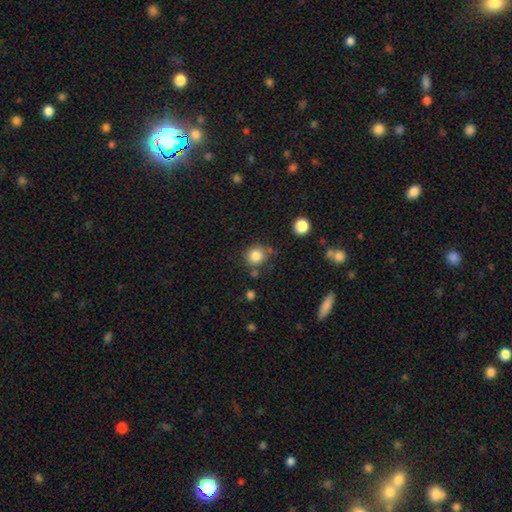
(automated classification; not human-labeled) Q: Smooth or featured?
A: smooth (83%); runner-up: star or artifact (11%)
Q: How rounded?
A: round (88%); runner-up: in between (11%)
Q: Merging?
A: none (74%); runner-up: minor disturbance (14%)